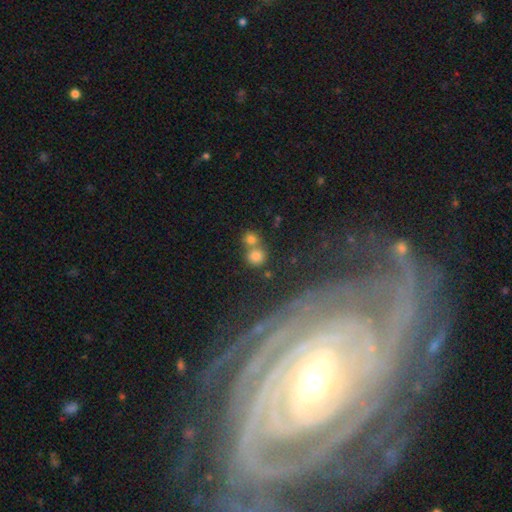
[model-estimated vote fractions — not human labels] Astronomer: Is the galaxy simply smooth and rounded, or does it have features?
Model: smooth — 75%.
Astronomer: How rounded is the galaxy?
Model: round — 88%.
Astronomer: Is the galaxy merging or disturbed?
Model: none — 51% (runner-up: merger, 39%).